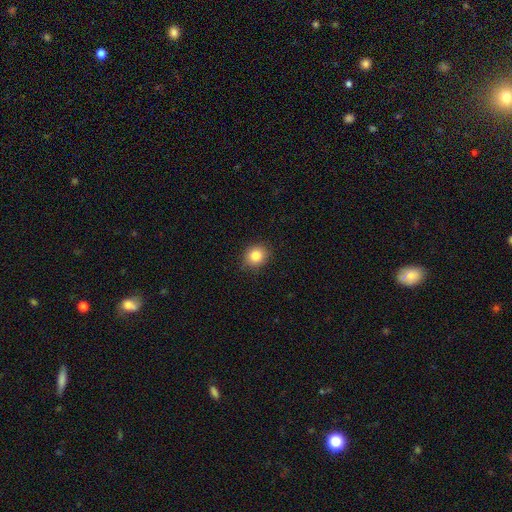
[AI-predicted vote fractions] Q: Smooth or featured?
A: smooth (85%); runner-up: star or artifact (10%)
Q: How rounded?
A: round (70%); runner-up: in between (29%)
Q: Merging?
A: none (86%); runner-up: minor disturbance (10%)